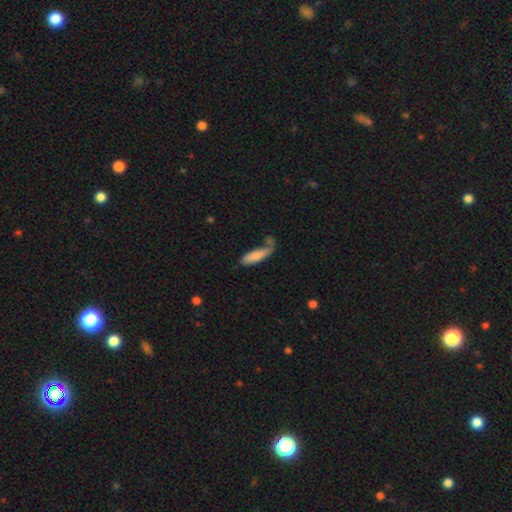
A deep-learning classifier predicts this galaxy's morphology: smooth_or_featured: smooth (p=0.78) [alt: featured or disk p=0.16]
how_rounded: cigar-shaped (p=0.57) [alt: in between p=0.41]
merging: none (p=0.45) [alt: minor disturbance p=0.23]